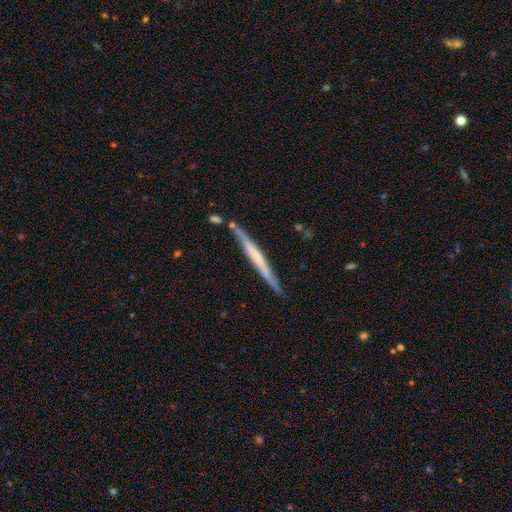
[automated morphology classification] A featured or disk galaxy (58%) viewed edge-on (97%) with no central bulge (73%).

Vote fractions:
- Smooth or featured? featured or disk: 58% / smooth: 37% / star or artifact: 5%
- Edge-on disk? yes: 97% / no: 3%
- Edge-on bulge? none: 73% / rounded: 16% / boxy: 11%
- Merging? none: 85% / minor disturbance: 10% / merger: 3% / major disturbance: 2%